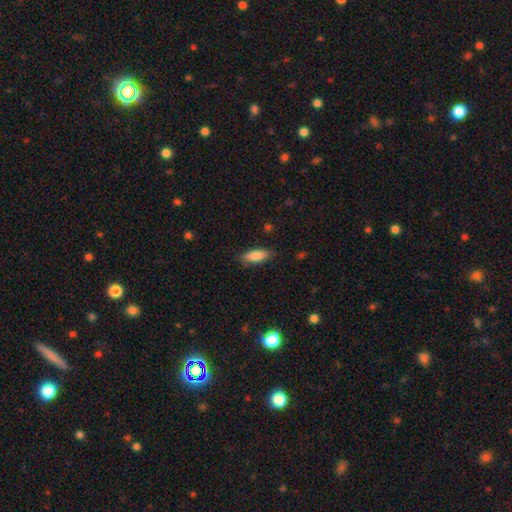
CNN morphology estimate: smooth 84%, featured or disk 10%, star or artifact 6%. Down the decision tree: how rounded — in between (64%); merging — none (83%).